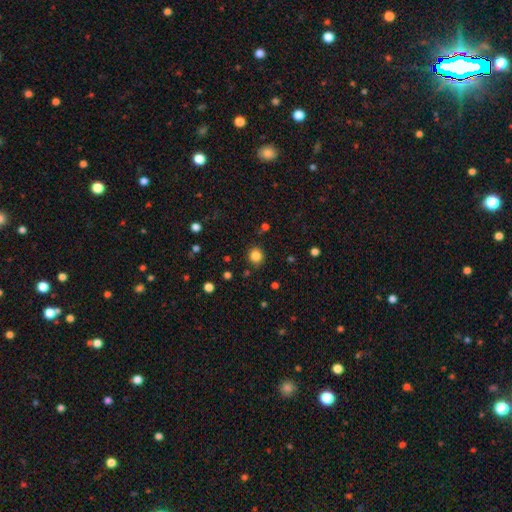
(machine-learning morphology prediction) A smooth galaxy with no disk features (84%) that is round (85%).

Vote fractions:
- Smooth or featured? smooth: 84% / star or artifact: 12% / featured or disk: 4%
- How rounded? round: 85% / in between: 14% / cigar-shaped: 1%
- Merging? none: 87% / minor disturbance: 8% / major disturbance: 3% / merger: 2%